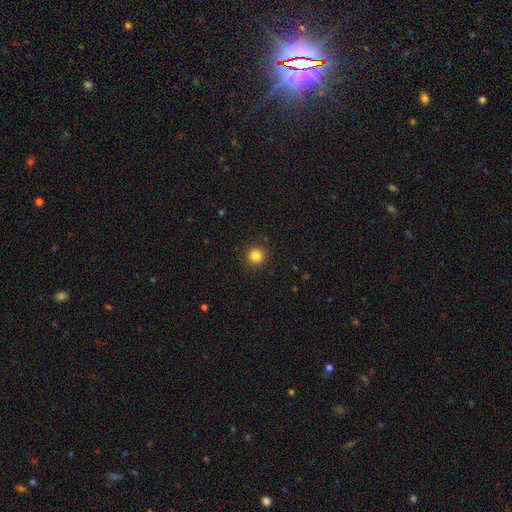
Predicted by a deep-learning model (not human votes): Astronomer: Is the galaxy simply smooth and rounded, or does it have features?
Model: smooth — 84%.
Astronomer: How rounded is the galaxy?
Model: round — 95%.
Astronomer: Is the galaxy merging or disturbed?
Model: none — 92%.